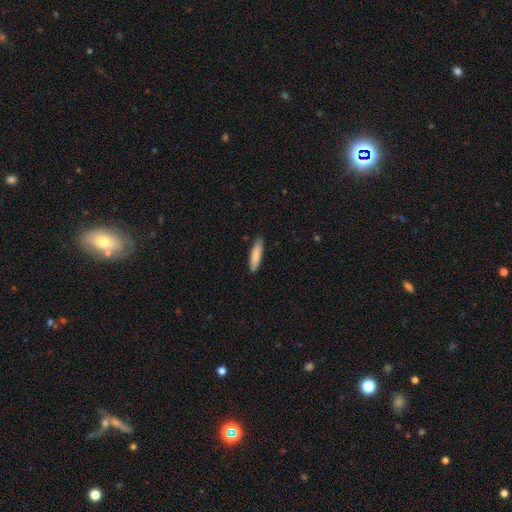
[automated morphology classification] This is clearly a smooth galaxy (84%). How rounded: likely cigar-shaped (78%). Merging: clearly none (87%).